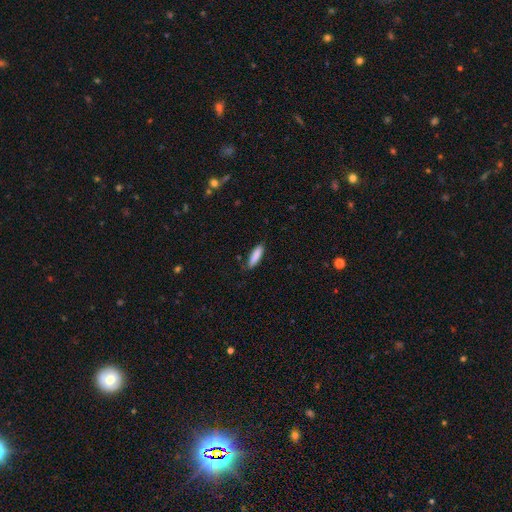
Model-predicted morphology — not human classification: A smooth galaxy with no disk features (88%) that is cigar-shaped (63%). Merging: none (80%).